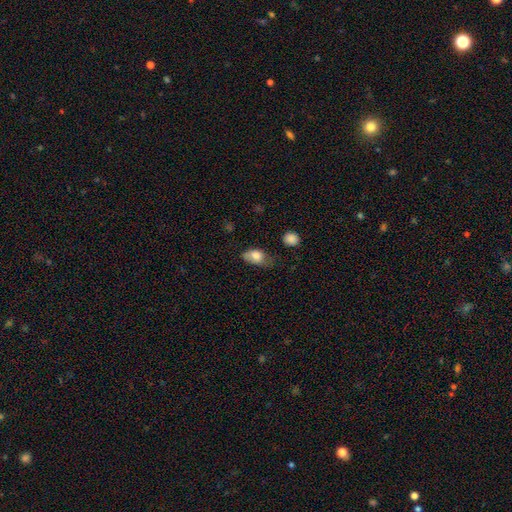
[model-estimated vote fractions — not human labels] Smooth or featured? smooth (78%)
How rounded? in between (87%)
Merging? minor disturbance (41%)